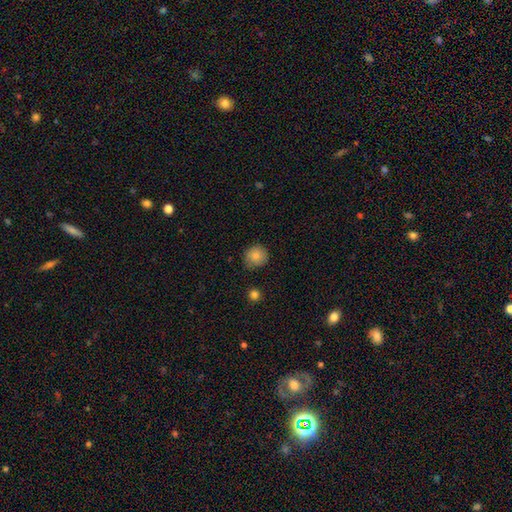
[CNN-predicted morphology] smooth_or_featured: smooth (p=0.84) [alt: star or artifact p=0.09]
how_rounded: round (p=0.90) [alt: in between p=0.09]
merging: none (p=0.78) [alt: minor disturbance p=0.17]